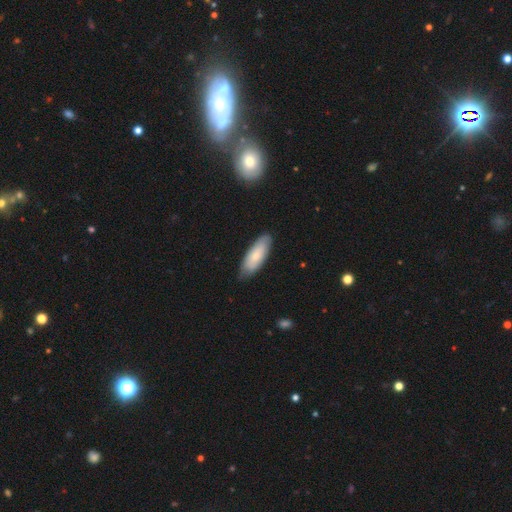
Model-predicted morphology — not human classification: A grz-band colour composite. It shows a smooth galaxy with no disk features (69%) that is in between round and cigar-shaped (73%). Merging: none (79%).